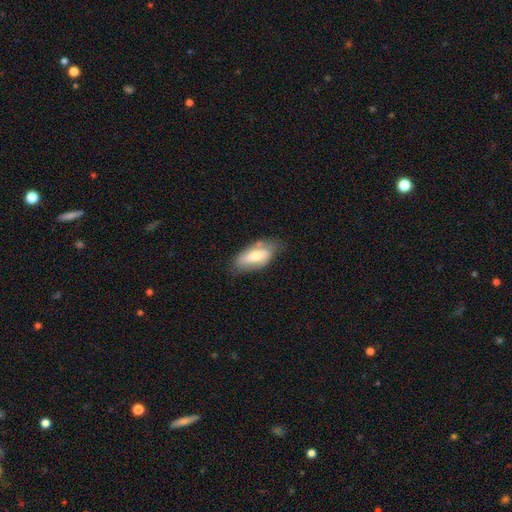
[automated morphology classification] This is possibly a smooth galaxy (54%). How rounded: clearly in between (85%). Merging: likely none (64%).